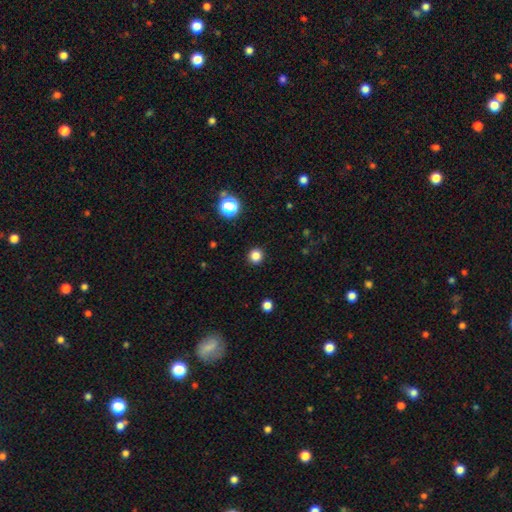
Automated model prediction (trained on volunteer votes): The model was most divided on "smooth or featured": smooth: 83%, star or artifact: 13%, featured or disk: 3%. More confident: how rounded — round (93%); merging — none (92%).